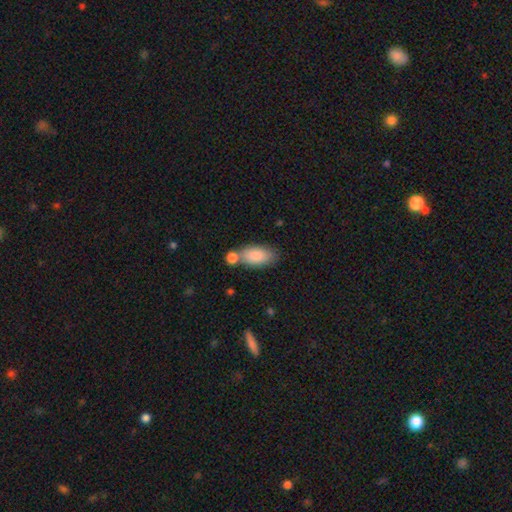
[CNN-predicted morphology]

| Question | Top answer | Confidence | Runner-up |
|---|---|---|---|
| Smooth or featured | smooth | 85% | featured or disk (8%) |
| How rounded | in between | 91% | cigar-shaped (5%) |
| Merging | none | 55% | merger (26%) |